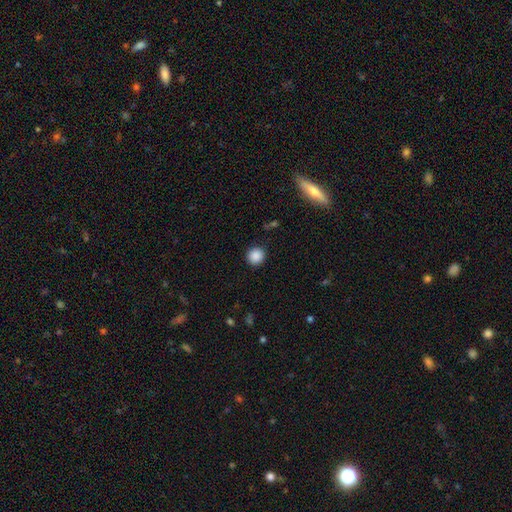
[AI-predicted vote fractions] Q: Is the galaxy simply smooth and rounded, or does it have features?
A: smooth — 88%.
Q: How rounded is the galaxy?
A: round — 93%.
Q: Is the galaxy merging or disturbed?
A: none — 91%.